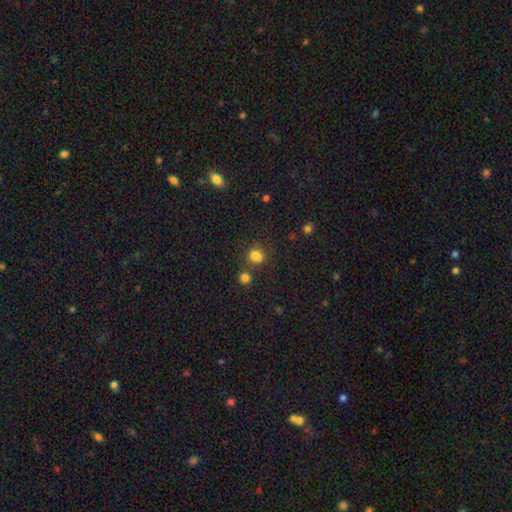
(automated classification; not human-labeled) Q: Smooth or featured?
A: smooth (73%); runner-up: star or artifact (18%)
Q: How rounded?
A: round (72%); runner-up: in between (27%)
Q: Merging?
A: none (52%); runner-up: merger (32%)